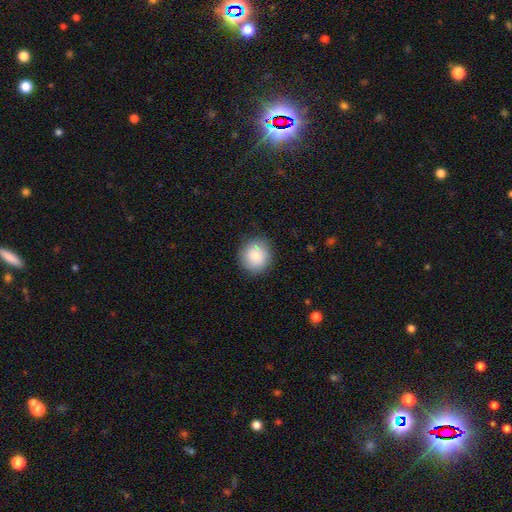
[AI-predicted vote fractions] A smooth galaxy with no disk features (84%) that is round (89%).

Vote fractions:
- Smooth or featured? smooth: 84% / featured or disk: 8% / star or artifact: 8%
- How rounded? round: 89% / in between: 10% / cigar-shaped: 1%
- Merging? none: 83% / minor disturbance: 12% / major disturbance: 3% / merger: 2%